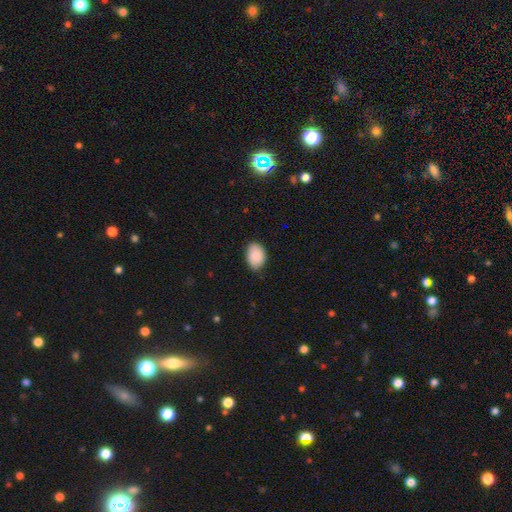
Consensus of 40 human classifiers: This is clearly a smooth galaxy (95%). How rounded: likely in between (76%). Merging: likely none (78%).